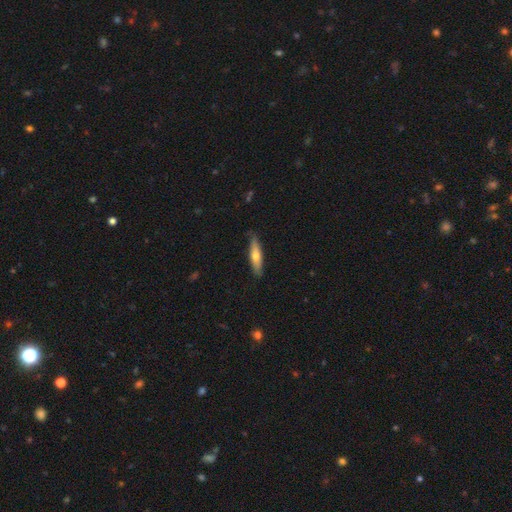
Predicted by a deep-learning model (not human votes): Q: Smooth or featured?
A: smooth (58%); runner-up: featured or disk (36%)
Q: How rounded?
A: cigar-shaped (78%); runner-up: in between (20%)
Q: Merging?
A: none (84%); runner-up: minor disturbance (13%)